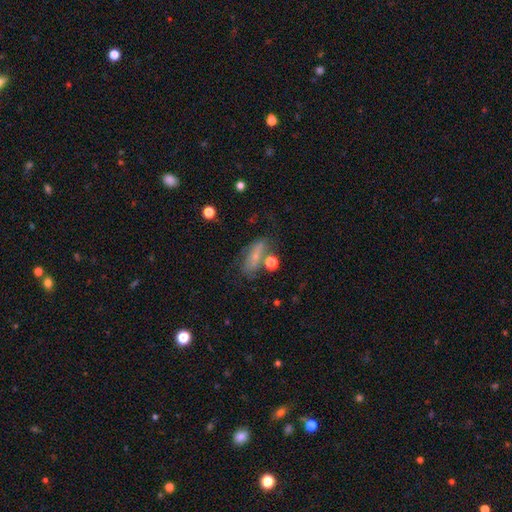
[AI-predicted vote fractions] smooth_or_featured: smooth (p=0.50) [alt: featured or disk p=0.38]
how_rounded: in between (p=0.60) [alt: cigar-shaped p=0.30]
merging: none (p=0.52) [alt: minor disturbance p=0.22]